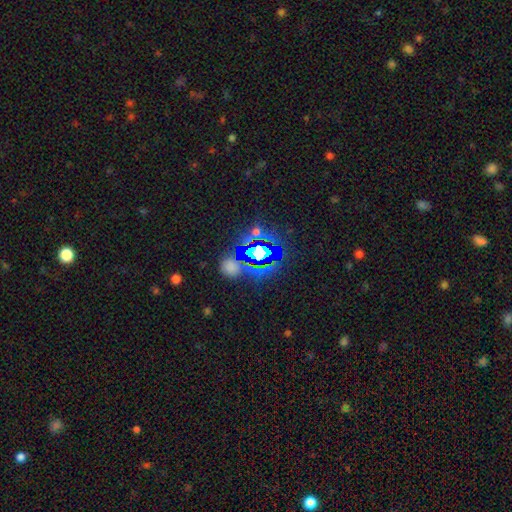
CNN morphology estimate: This appears to be a star or artifact, not a galaxy (72%).